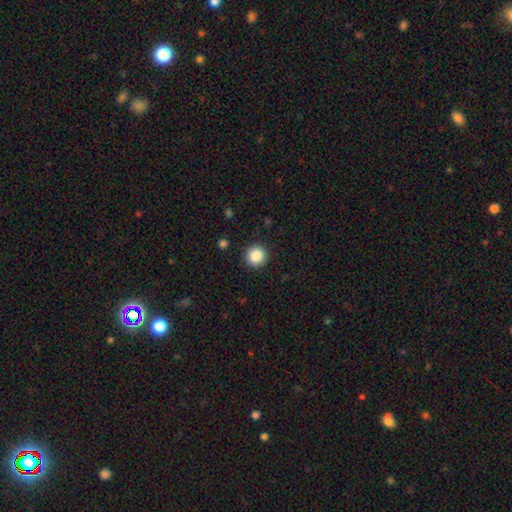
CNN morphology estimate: Overall: smooth (87%). How rounded: round (94%). Merging: none (92%).